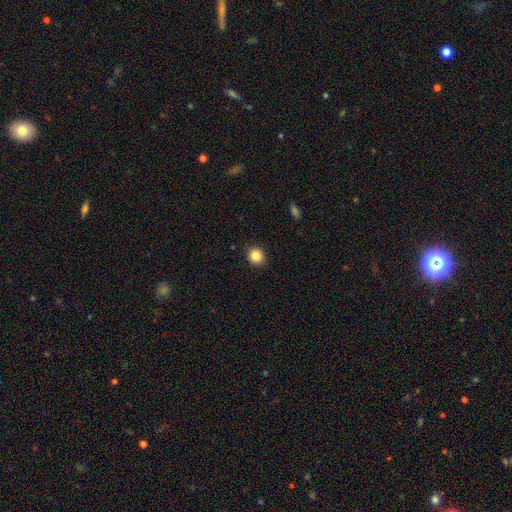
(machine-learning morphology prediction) type=smooth (87%); roundness=round (89%); merging=none (90%).